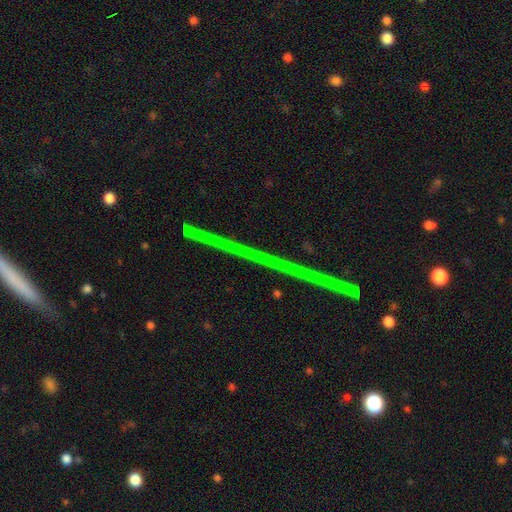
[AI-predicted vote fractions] Smooth or featured?
  - star or artifact: 81% *
  - featured or disk: 13%
  - smooth: 6%